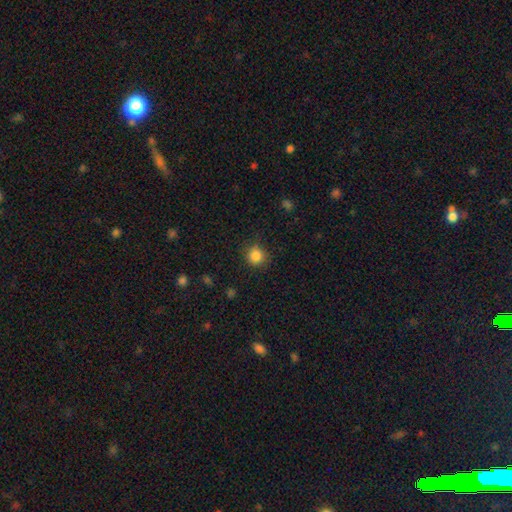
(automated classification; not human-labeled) A smooth galaxy with no disk features (86%) that is round (91%). Merging: none (86%).